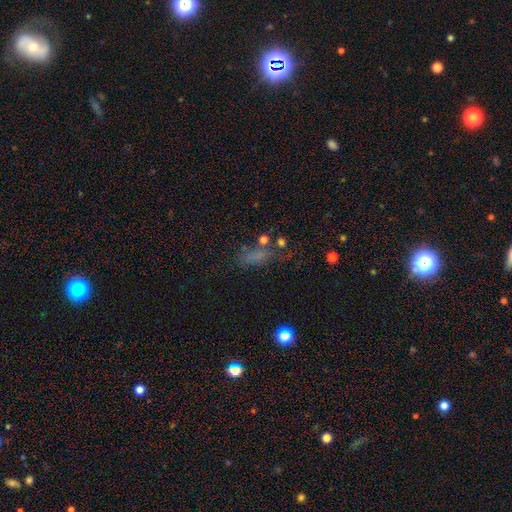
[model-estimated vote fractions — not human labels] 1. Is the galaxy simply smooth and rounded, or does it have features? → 56% smooth, 27% star or artifact, 17% featured or disk.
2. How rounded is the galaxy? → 56% in between, 35% cigar-shaped, 10% round.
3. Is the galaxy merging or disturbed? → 51% none, 21% minor disturbance, 19% major disturbance, 10% merger.